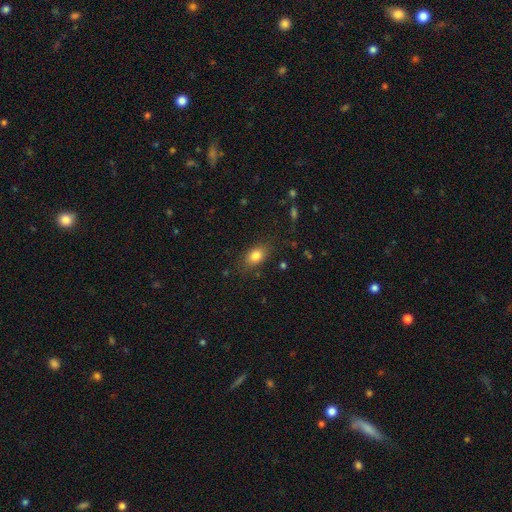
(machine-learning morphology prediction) Smooth or featured?
  - smooth: 82% *
  - star or artifact: 10%
  - featured or disk: 9%
How rounded?
  - in between: 78% *
  - round: 19%
  - cigar-shaped: 3%
Merging?
  - none: 80% *
  - minor disturbance: 14%
  - major disturbance: 5%
  - merger: 1%